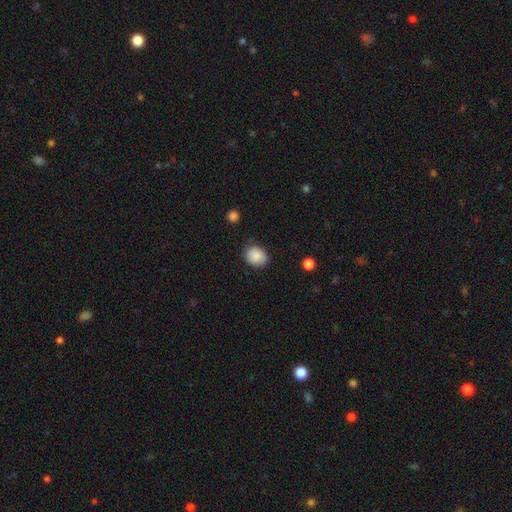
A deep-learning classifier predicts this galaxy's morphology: Overall: smooth (86%). How rounded: round (59%; in between 40%). Merging: none (79%).